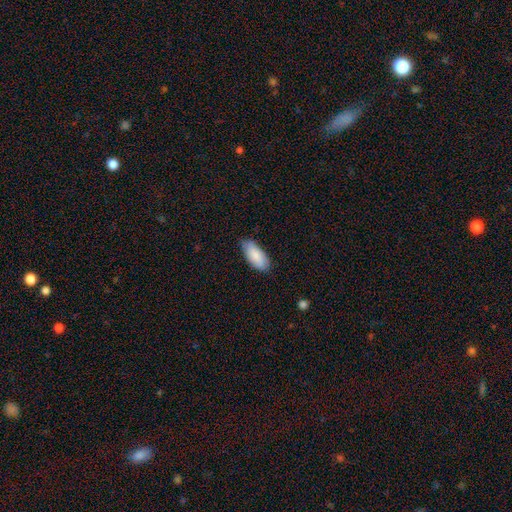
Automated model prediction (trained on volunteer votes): The model was most divided on "merging": none: 73%, minor disturbance: 23%, major disturbance: 3%, merger: 1%. More confident: how rounded — in between (88%); smooth or featured — smooth (87%).